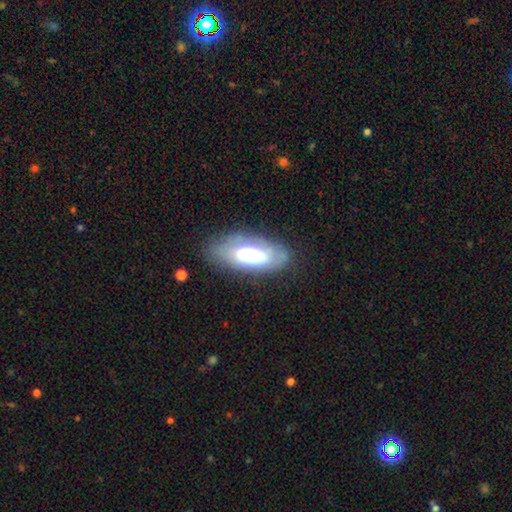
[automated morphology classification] Smooth or featured? smooth (60%)
How rounded? in between (81%)
Merging? none (69%)